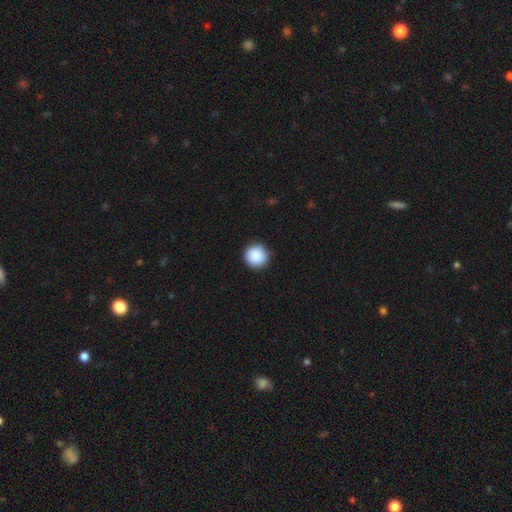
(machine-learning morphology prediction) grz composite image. It shows a smooth galaxy with no disk features (90%) that is round (96%). Merging: none (91%).